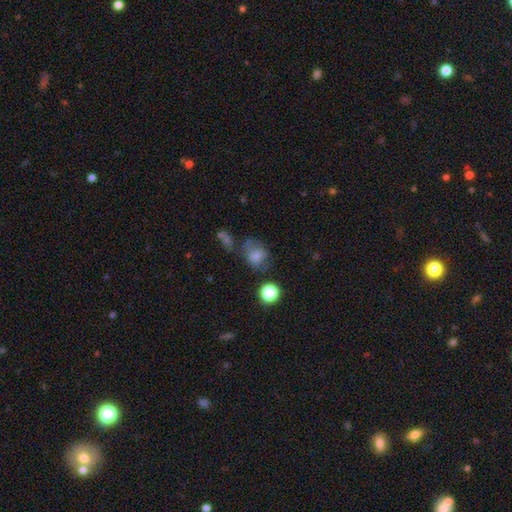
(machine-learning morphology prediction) The model was most divided on "how rounded": round: 50%, in between: 49%, cigar-shaped: 1%. Remaining: smooth or featured — smooth (67%); merging — none (42%).